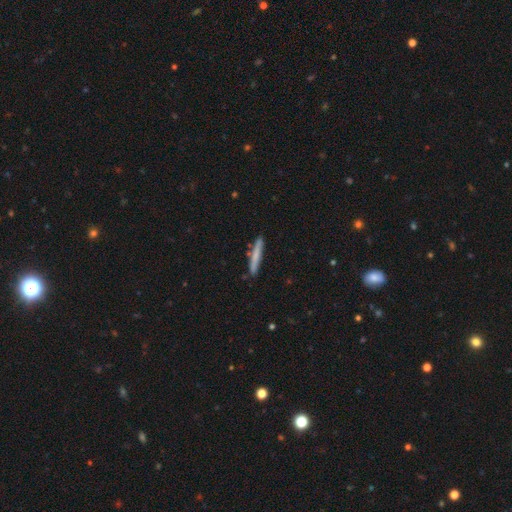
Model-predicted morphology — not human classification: Smooth or featured?
  - smooth: 70% *
  - featured or disk: 24%
  - star or artifact: 6%
How rounded?
  - cigar-shaped: 95% *
  - in between: 4%
  - round: 1%
Merging?
  - none: 85% *
  - minor disturbance: 11%
  - merger: 3%
  - major disturbance: 2%